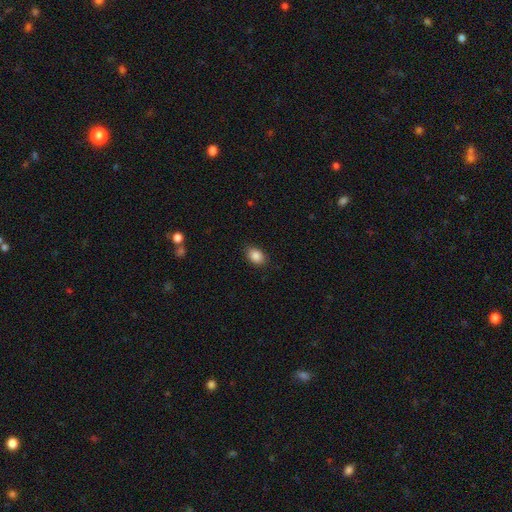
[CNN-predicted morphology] Smooth or featured? Predicted: smooth (p=0.87). How rounded? Predicted: in between (p=0.78). Merging? Predicted: none (p=0.87).